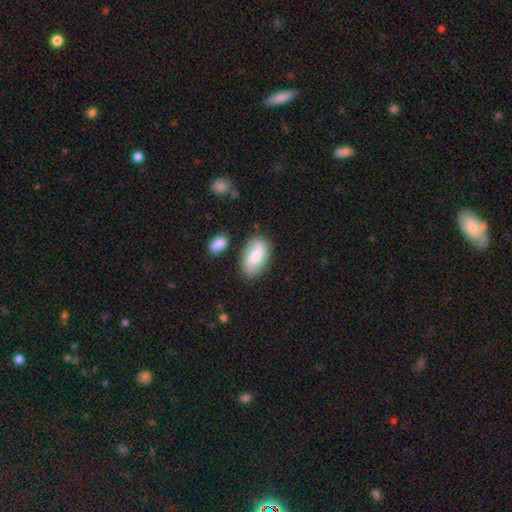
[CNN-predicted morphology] Smooth or featured? Predicted: smooth (p=0.69). How rounded? Predicted: in between (p=0.93). Merging? Predicted: none (p=0.72).